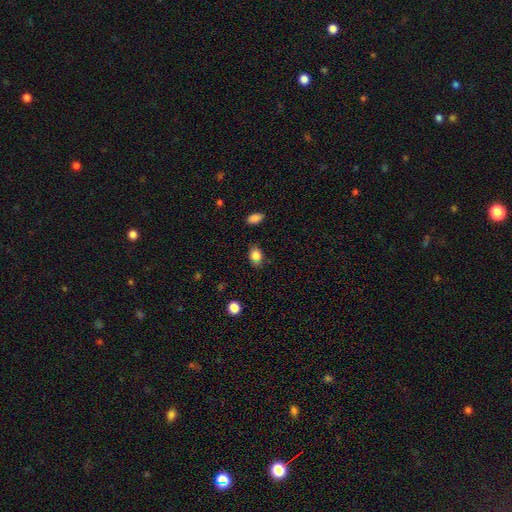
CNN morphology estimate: type=smooth (83%); roundness=in between (57%); merging=none (72%).